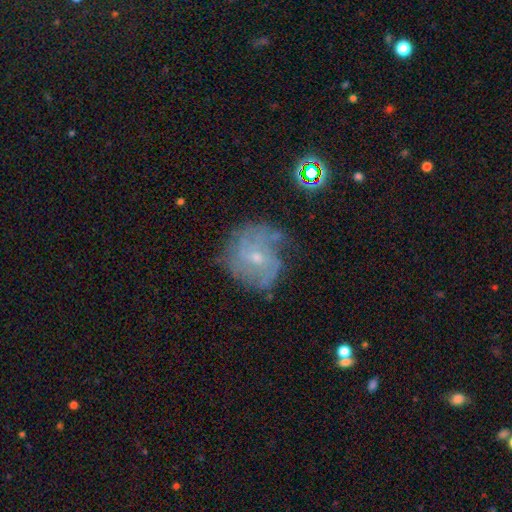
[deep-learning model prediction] A featured or disk galaxy (72%) with no bar (62%), tight (47%) spiral arms (84%) and a small central bulge (71%). Merging: none (60%).